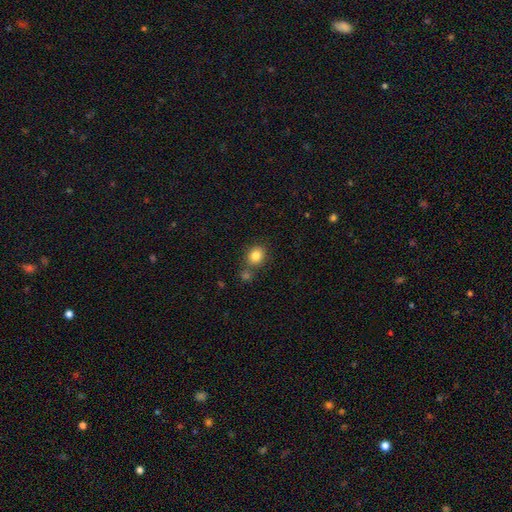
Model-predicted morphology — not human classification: A smooth galaxy with no disk features (82%) that is round (65%).

Vote fractions:
- Smooth or featured? smooth: 82% / star or artifact: 10% / featured or disk: 7%
- How rounded? round: 65% / in between: 34% / cigar-shaped: 1%
- Merging? none: 67% / merger: 18% / minor disturbance: 11% / major disturbance: 3%